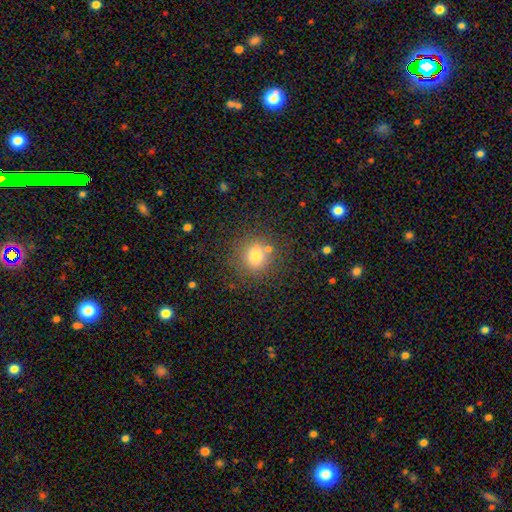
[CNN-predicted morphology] type=smooth (76%); roundness=round (81%); merging=none (74%).